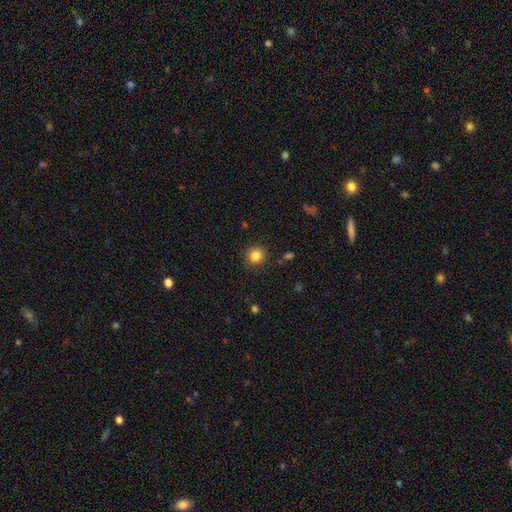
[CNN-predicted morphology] smooth 84%, star or artifact 11%, featured or disk 5%. Down the decision tree: how rounded — round (88%); merging — none (89%).